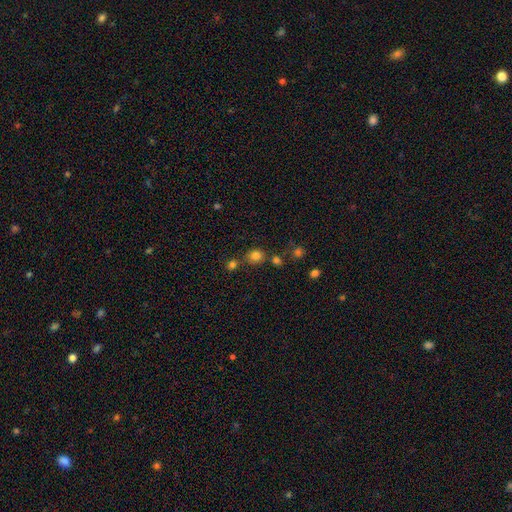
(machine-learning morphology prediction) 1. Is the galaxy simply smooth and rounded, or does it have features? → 79% smooth, 15% star or artifact, 6% featured or disk.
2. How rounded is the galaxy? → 79% round, 20% in between, 1% cigar-shaped.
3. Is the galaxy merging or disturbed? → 73% none, 13% merger, 11% minor disturbance, 4% major disturbance.